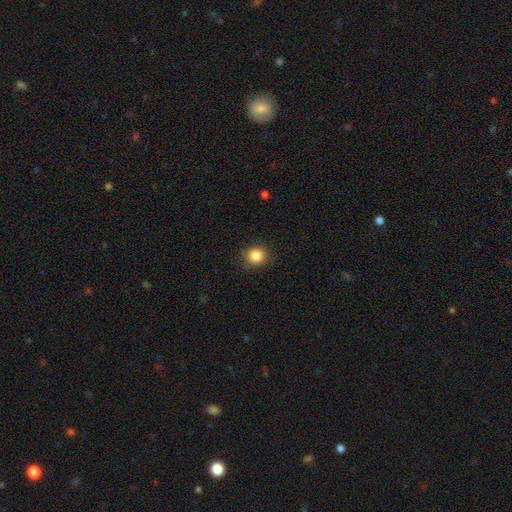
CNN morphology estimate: Overall: smooth (85%). How rounded: round (86%). Merging: none (87%).